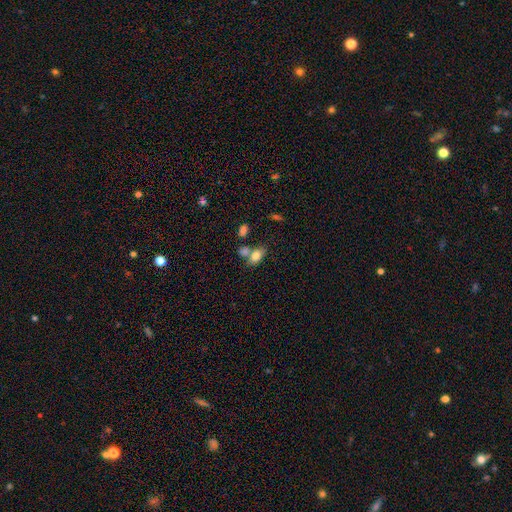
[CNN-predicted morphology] The model was most divided on "merging": none: 50%, merger: 31%, minor disturbance: 14%, major disturbance: 5%. More confident: how rounded — in between (85%); smooth or featured — smooth (78%).